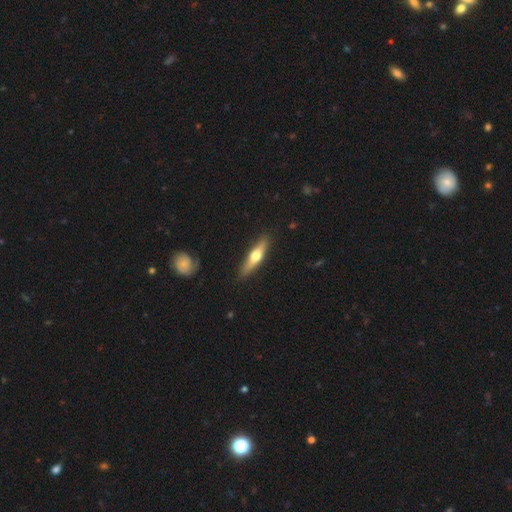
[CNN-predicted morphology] Smooth or featured? Predicted: featured or disk (p=0.51). Edge-on disk? Predicted: yes (p=0.92). Merging? Predicted: none (p=0.88).